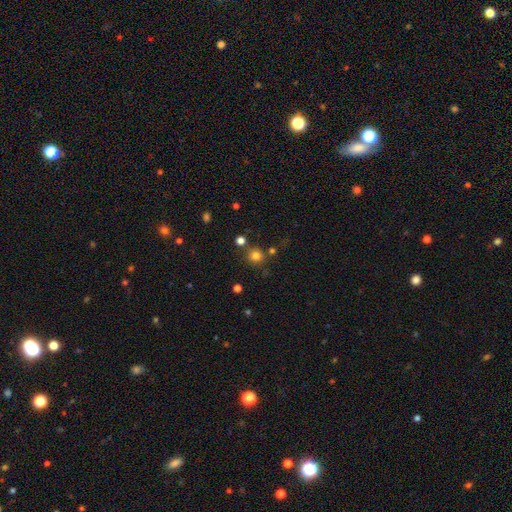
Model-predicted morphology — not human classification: smooth_or_featured: smooth (p=0.78) [alt: star or artifact p=0.17]
how_rounded: round (p=0.91) [alt: in between p=0.08]
merging: none (p=0.79) [alt: minor disturbance p=0.09]